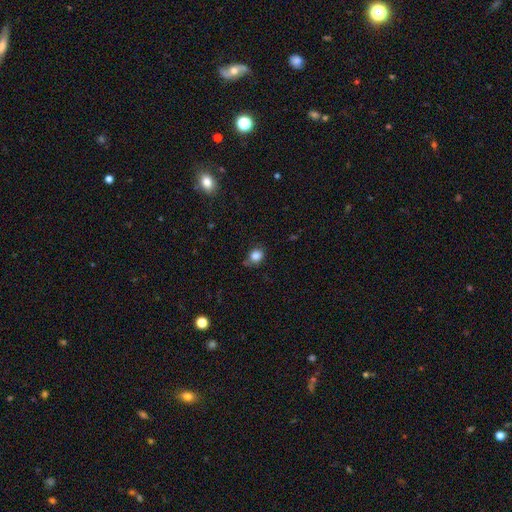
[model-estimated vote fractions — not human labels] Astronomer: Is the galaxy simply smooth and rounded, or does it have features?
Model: smooth — 84%.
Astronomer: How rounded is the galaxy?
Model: round — 55% (runner-up: in between, 44%).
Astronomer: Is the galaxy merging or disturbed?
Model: none — 63%.